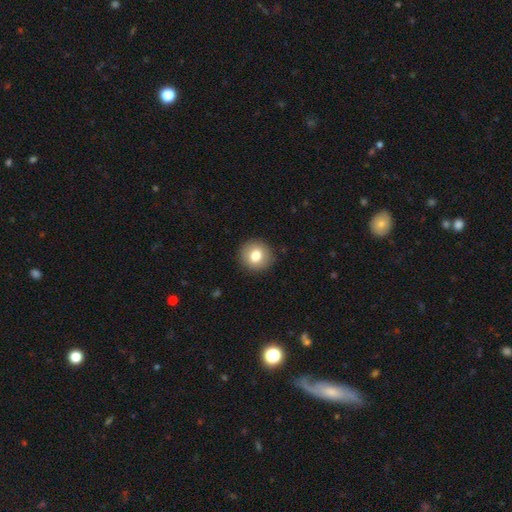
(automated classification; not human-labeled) A smooth galaxy with no disk features (79%) that is round (91%). Merging: none (91%).